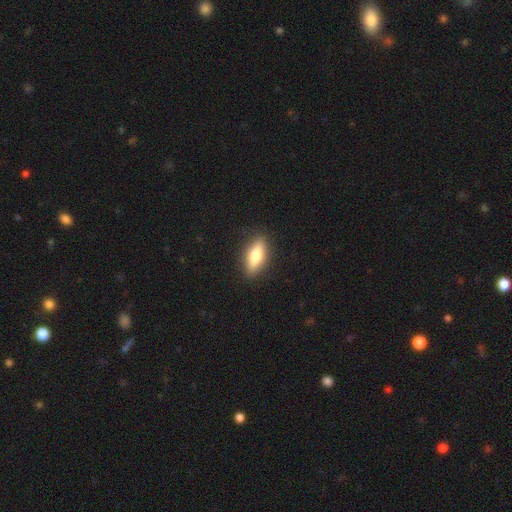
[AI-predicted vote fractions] This appears to be a smooth galaxy with no disk features (57%) that is in between round and cigar-shaped (60%). Merging: none (89%).